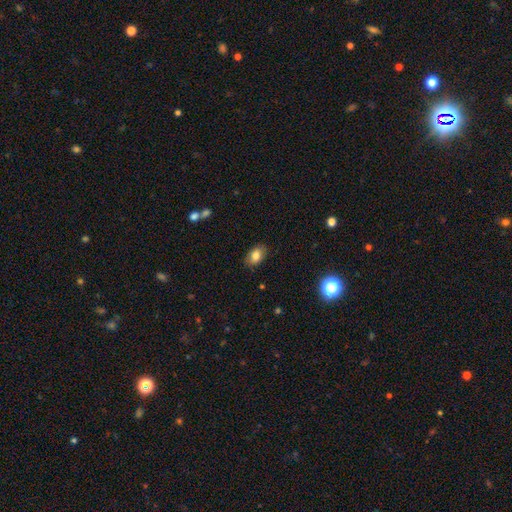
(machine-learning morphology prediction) This is clearly a smooth galaxy (81%). How rounded: clearly in between (87%). Merging: clearly none (85%).